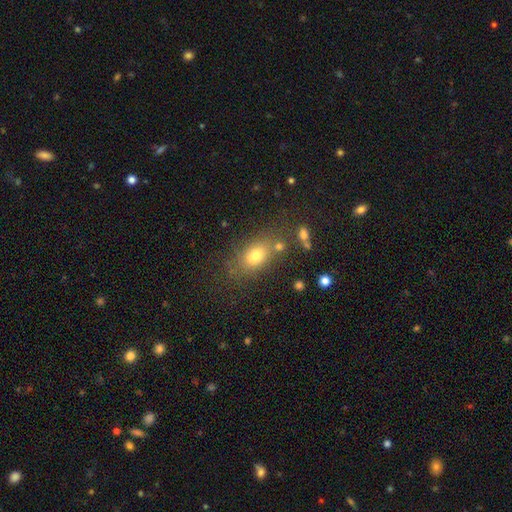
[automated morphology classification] Smooth or featured?
  - smooth: 75% *
  - featured or disk: 13%
  - star or artifact: 13%
How rounded?
  - in between: 76% *
  - round: 21%
  - cigar-shaped: 3%
Merging?
  - none: 70% *
  - minor disturbance: 15%
  - merger: 9%
  - major disturbance: 6%